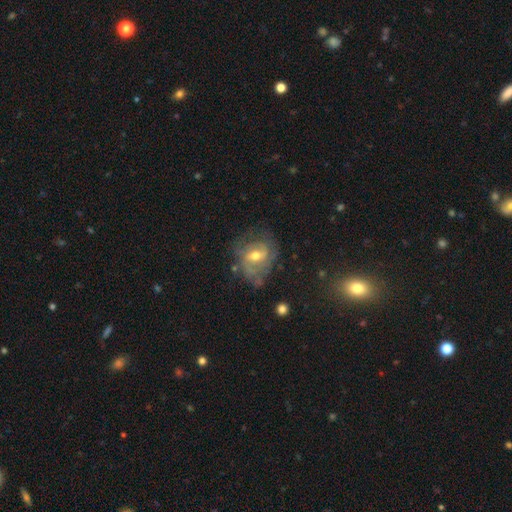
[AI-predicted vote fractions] Overall: featured or disk (70%). Edge-on disk: no (97%). Bar: no (45%; weak 44%). Spiral arms: yes (79%). Spiral arm count: 2 (42%; can't tell 35%). Spiral winding: tight (42%; medium 40%). Bulge size: moderate (66%; small 27%). Merging: none (58%; minor disturbance 24%).